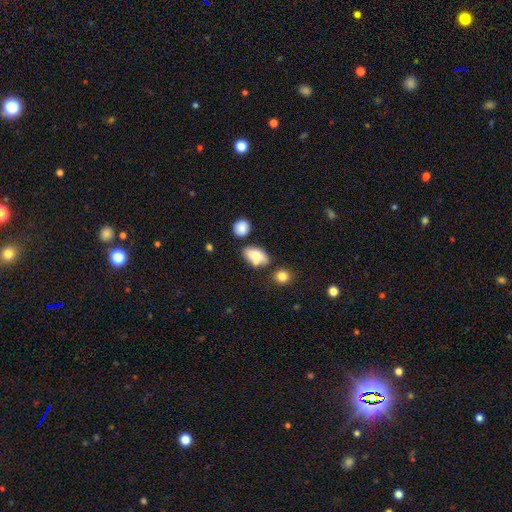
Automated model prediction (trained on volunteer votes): Smooth or featured: smooth — 74% (featured or disk — 18%)
How rounded: in between — 87% (round — 8%)
Merging: none — 61% (minor disturbance — 18%)